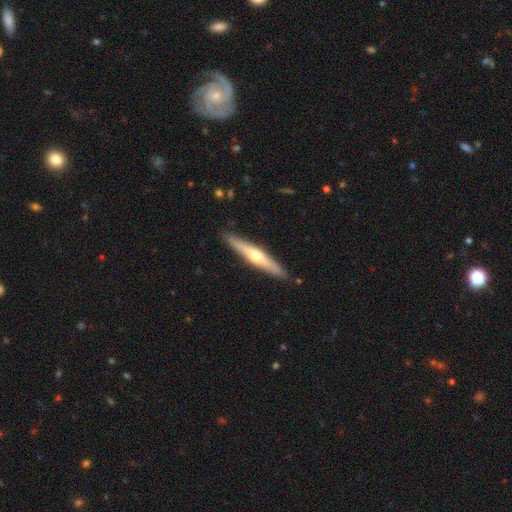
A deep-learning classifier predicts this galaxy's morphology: Smooth or featured? featured or disk (62%)
Edge-on disk? yes (94%)
Edge-on bulge? rounded (88%)
Merging? none (89%)